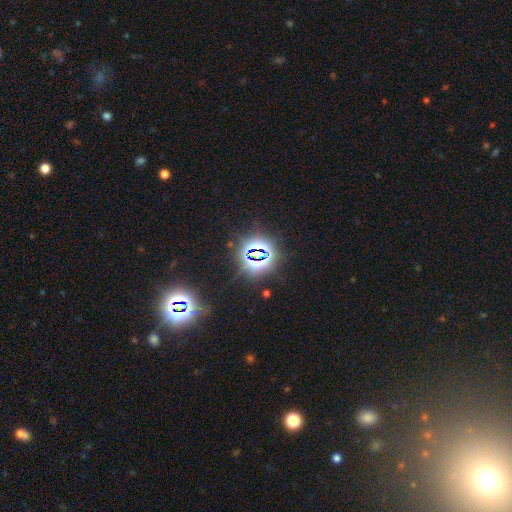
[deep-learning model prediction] Smooth or featured: star or artifact — 81% (smooth — 12%)